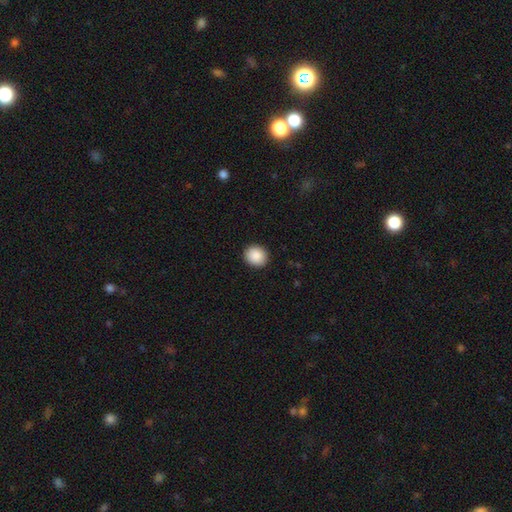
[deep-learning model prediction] Smooth or featured?
  - smooth: 89% *
  - star or artifact: 8%
  - featured or disk: 3%
How rounded?
  - round: 81% *
  - in between: 18%
  - cigar-shaped: 1%
Merging?
  - none: 92% *
  - minor disturbance: 6%
  - major disturbance: 2%
  - merger: 1%